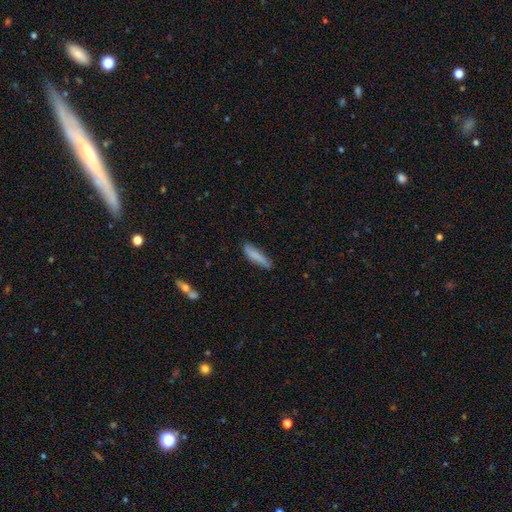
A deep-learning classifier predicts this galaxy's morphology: Smooth or featured: smooth — 80% (featured or disk — 13%)
How rounded: cigar-shaped — 75% (in between — 23%)
Merging: none — 72% (minor disturbance — 21%)